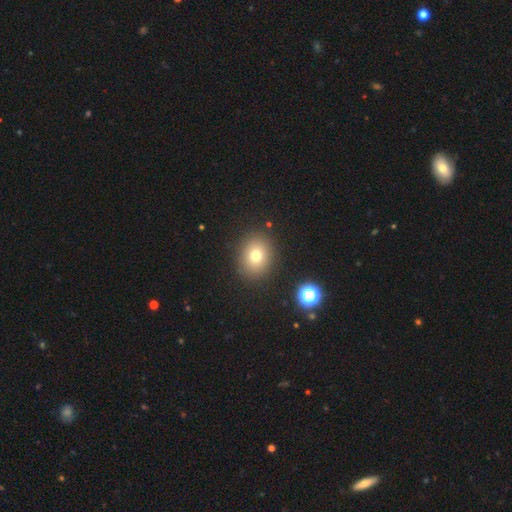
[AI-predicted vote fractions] smooth-or-featured: smooth: 75% | star or artifact: 14% | featured or disk: 11%
  how-rounded: round: 66% | in between: 33% | cigar-shaped: 1%
  merging: none: 88% | minor disturbance: 7% | major disturbance: 3% | merger: 2%